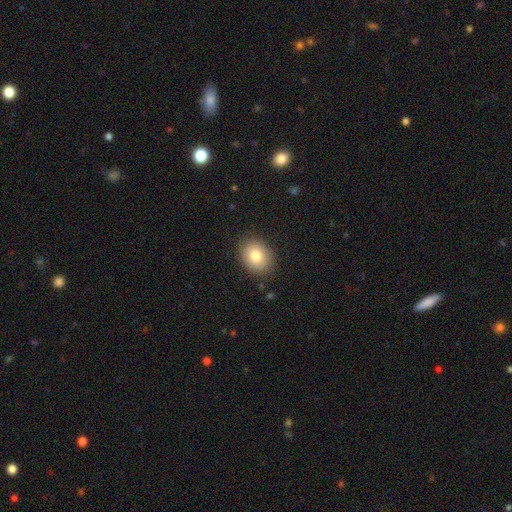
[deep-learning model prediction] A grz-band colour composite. It shows a smooth galaxy with no disk features (80%) that is in between round and cigar-shaped (50%). Merging: none (87%).